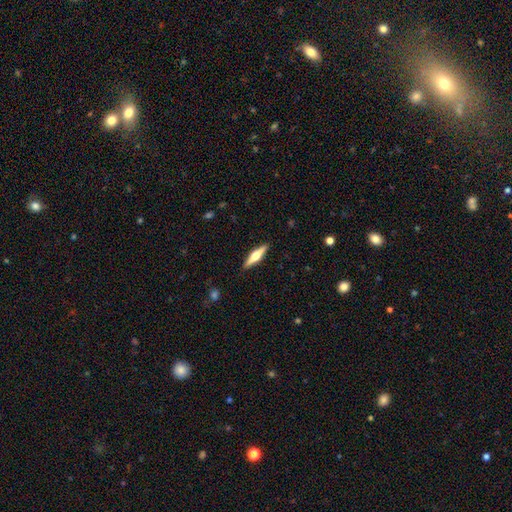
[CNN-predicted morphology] Smooth or featured? Predicted: featured or disk (p=0.62). Edge-on disk? Predicted: yes (p=0.97). Edge-on bulge? Predicted: rounded (p=0.94). Merging? Predicted: none (p=0.90).